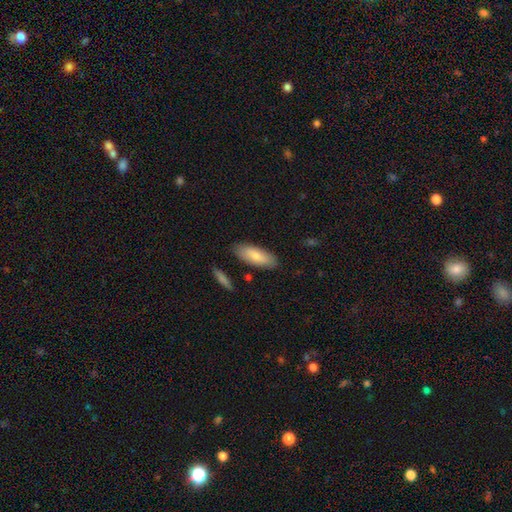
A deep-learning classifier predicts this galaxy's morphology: Q: Smooth or featured?
A: smooth (78%); runner-up: featured or disk (17%)
Q: How rounded?
A: in between (75%); runner-up: cigar-shaped (23%)
Q: Merging?
A: none (83%); runner-up: minor disturbance (12%)